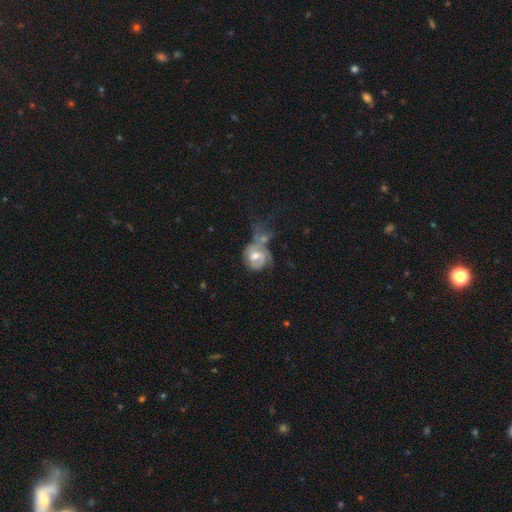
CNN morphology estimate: featured or disk 65%, smooth 28%, star or artifact 7%. Down the decision tree: edge-on disk — no (97%); bar — no (48%); spiral arms — yes (77%); bulge size — moderate (69%); merging — merger (36%).